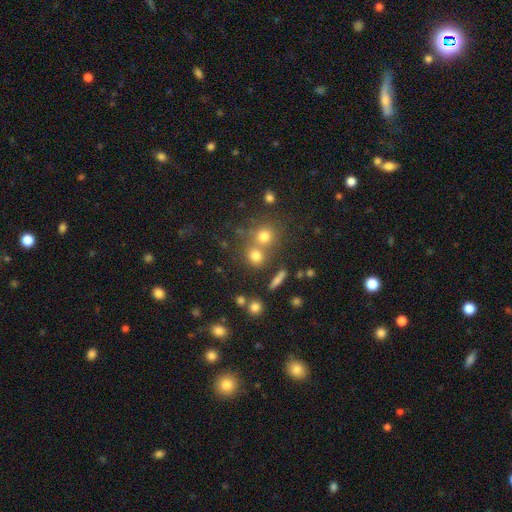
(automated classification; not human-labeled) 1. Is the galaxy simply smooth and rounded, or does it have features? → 74% smooth, 16% star or artifact, 10% featured or disk.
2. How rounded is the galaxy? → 80% round, 18% in between, 2% cigar-shaped.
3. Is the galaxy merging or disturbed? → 54% none, 34% merger, 8% minor disturbance, 4% major disturbance.